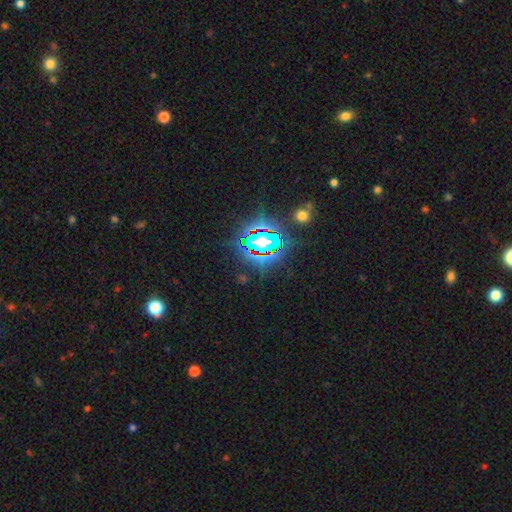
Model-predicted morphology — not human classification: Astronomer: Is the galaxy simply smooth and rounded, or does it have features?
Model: star or artifact — 83%.